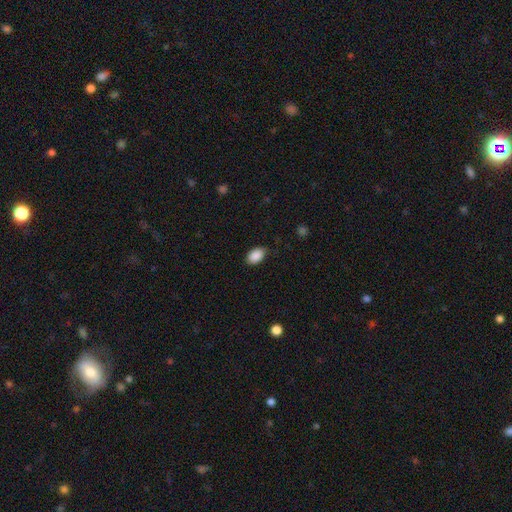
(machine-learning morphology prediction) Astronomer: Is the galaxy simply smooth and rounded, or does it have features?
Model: smooth — 90%.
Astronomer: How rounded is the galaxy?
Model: in between — 90%.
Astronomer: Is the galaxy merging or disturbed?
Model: none — 80%.